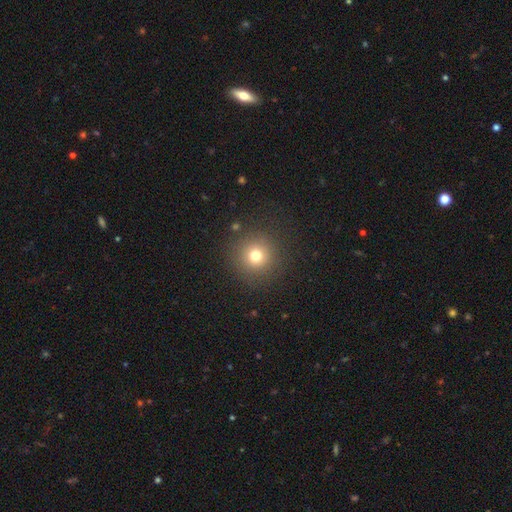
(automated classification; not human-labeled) This is likely a smooth galaxy (75%). How rounded: clearly round (95%). Merging: clearly none (89%).